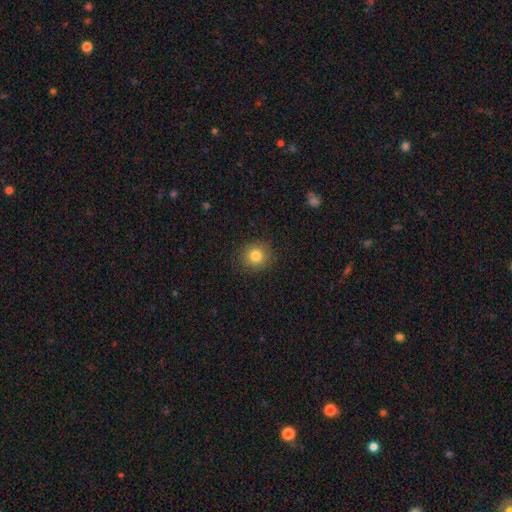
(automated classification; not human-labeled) Overall: smooth (82%). How rounded: round (88%). Merging: none (89%).